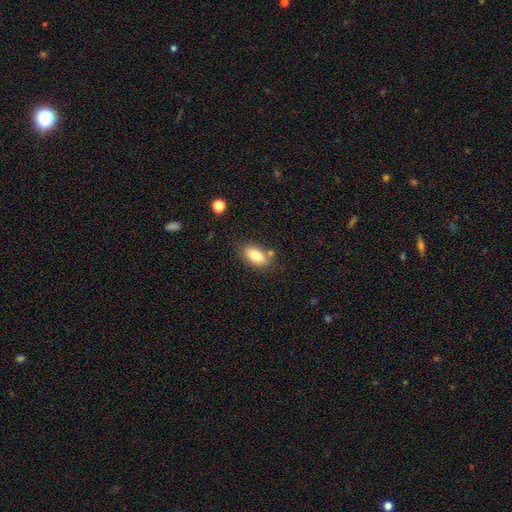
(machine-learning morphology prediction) This is clearly a smooth galaxy (82%). How rounded: clearly in between (89%). Merging: likely none (74%).